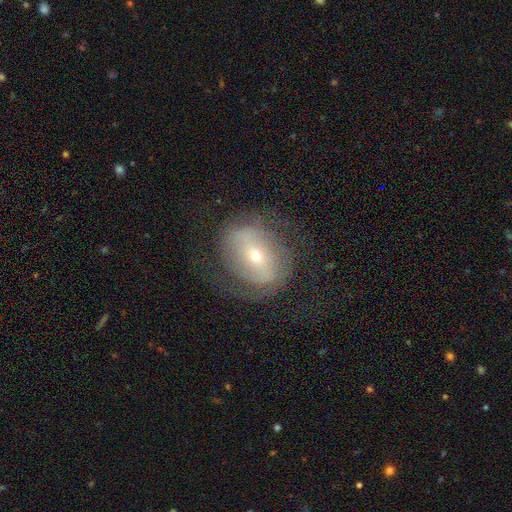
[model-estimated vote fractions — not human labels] Morphology: type=featured or disk (61%); edge-on=no (93%); bar=no (38%); spiral arms=yes (51%); bulge=small (67%); merging=none (65%).